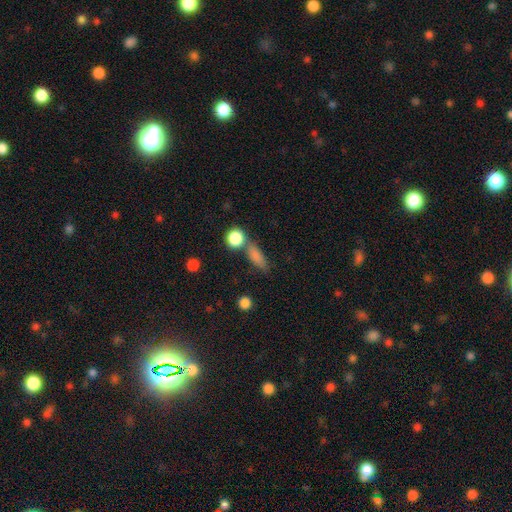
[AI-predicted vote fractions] Smooth or featured?
  - smooth: 81% *
  - star or artifact: 10%
  - featured or disk: 9%
How rounded?
  - in between: 55% *
  - cigar-shaped: 32%
  - round: 13%
Merging?
  - none: 60% *
  - merger: 21%
  - minor disturbance: 14%
  - major disturbance: 6%